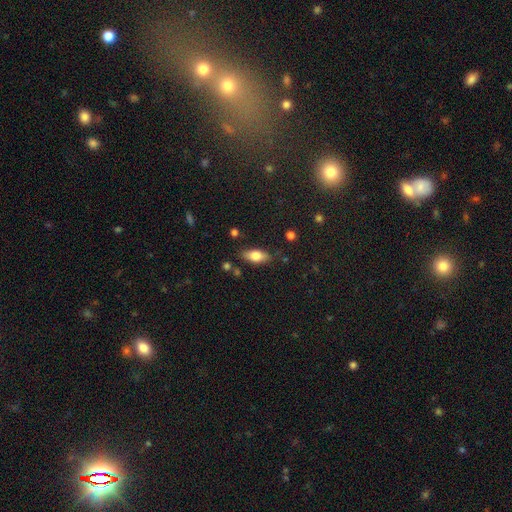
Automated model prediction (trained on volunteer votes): smooth-or-featured: smooth: 74% | featured or disk: 19% | star or artifact: 7%
  how-rounded: in between: 83% | cigar-shaped: 13% | round: 4%
  merging: none: 80% | minor disturbance: 14% | major disturbance: 3% | merger: 3%